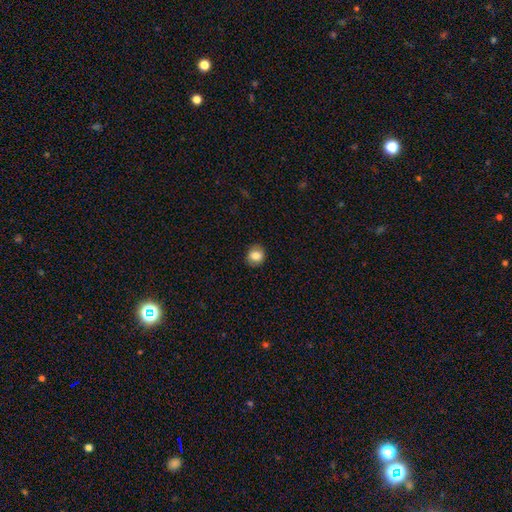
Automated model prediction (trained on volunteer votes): Smooth or featured? smooth (83%)
How rounded? round (79%)
Merging? none (87%)